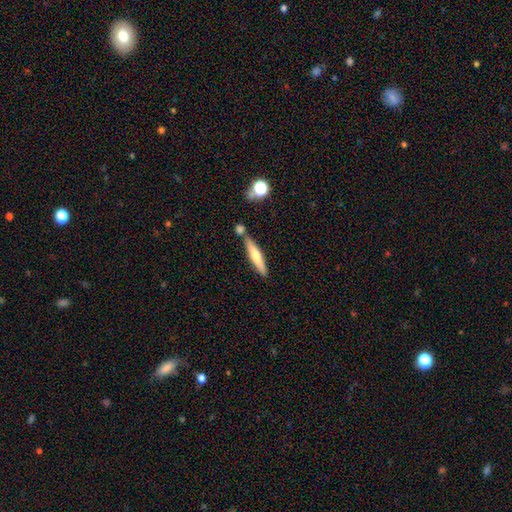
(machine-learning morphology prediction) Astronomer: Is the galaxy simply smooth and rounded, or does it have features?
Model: smooth — 56% (runner-up: featured or disk, 38%).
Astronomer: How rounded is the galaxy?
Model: cigar-shaped — 88%.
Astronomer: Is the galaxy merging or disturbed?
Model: none — 74%.